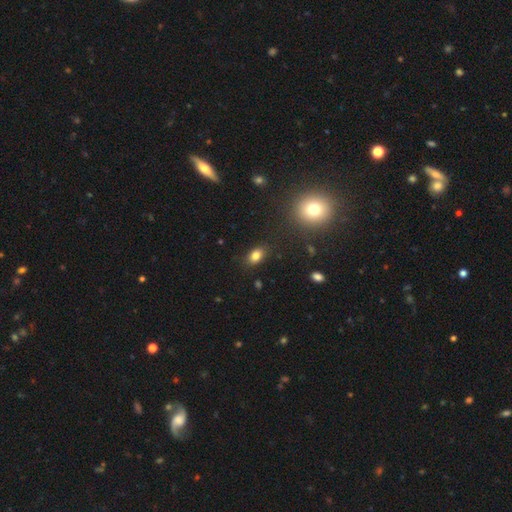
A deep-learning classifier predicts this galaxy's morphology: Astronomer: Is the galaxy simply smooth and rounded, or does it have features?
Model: smooth — 81%.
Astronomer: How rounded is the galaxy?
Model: in between — 83%.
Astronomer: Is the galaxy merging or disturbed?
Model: none — 84%.